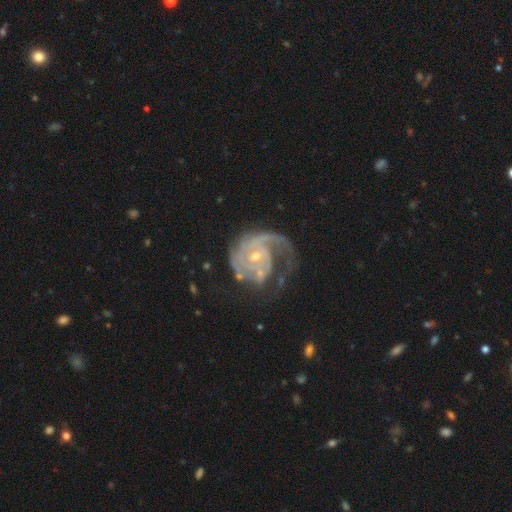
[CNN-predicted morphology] Smooth or featured: featured or disk — 89% (smooth — 6%)
Edge-on disk: no — 98% (yes — 2%)
Bar: no — 67% (weak — 28%)
Spiral arms: yes — 95% (no — 5%)
Spiral winding: tight — 50% (medium — 34%)
Spiral arm count: 1 — 35% (2 — 31%)
Bulge size: small — 61% (moderate — 34%)
Merging: none — 43% (major disturbance — 32%)